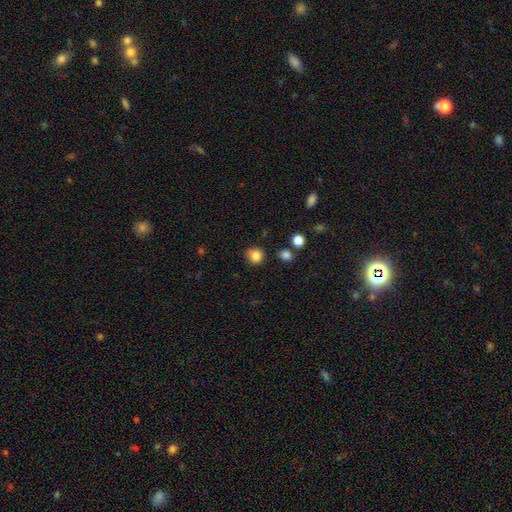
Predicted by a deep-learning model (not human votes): A smooth galaxy with no disk features (84%) that is round (87%).

Vote fractions:
- Smooth or featured? smooth: 84% / star or artifact: 11% / featured or disk: 5%
- How rounded? round: 87% / in between: 12% / cigar-shaped: 1%
- Merging? none: 84% / minor disturbance: 10% / merger: 3% / major disturbance: 3%